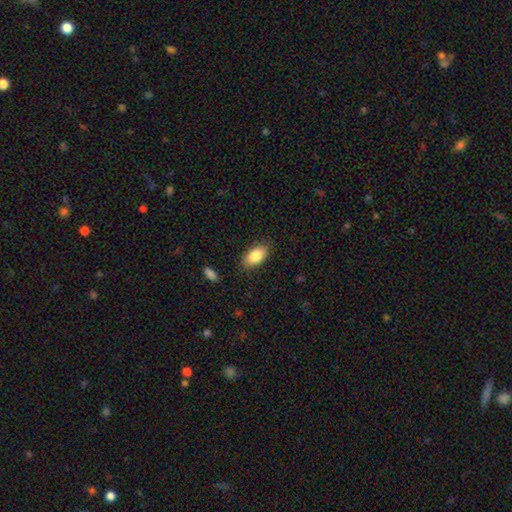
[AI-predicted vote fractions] Overall: smooth (84%). How rounded: in between (91%). Merging: none (85%).